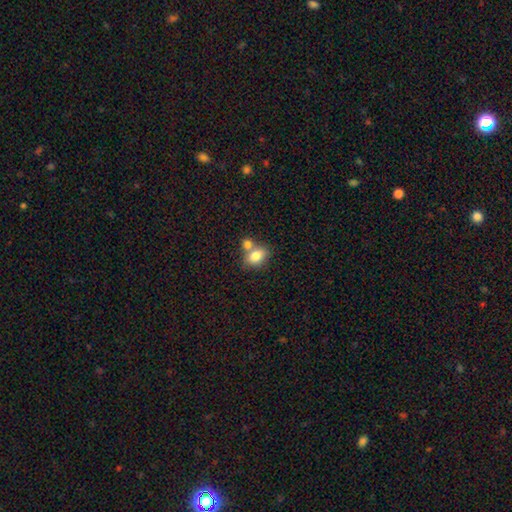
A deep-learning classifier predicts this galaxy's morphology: smooth-or-featured: smooth: 79% | featured or disk: 13% | star or artifact: 9%
  how-rounded: in between: 70% | round: 28% | cigar-shaped: 2%
  merging: none: 43% | merger: 42% | minor disturbance: 11% | major disturbance: 4%